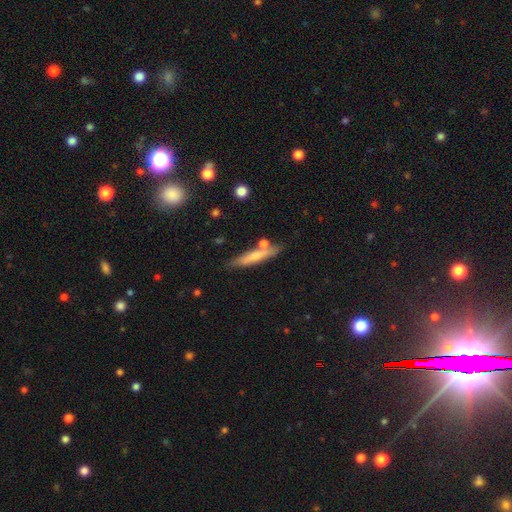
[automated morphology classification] type=smooth (61%); roundness=cigar-shaped (87%); merging=none (74%).